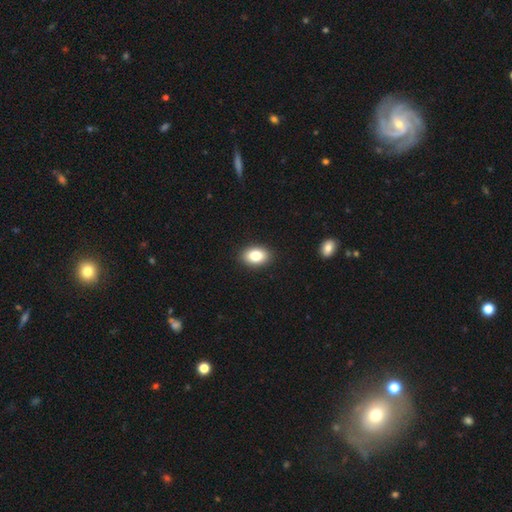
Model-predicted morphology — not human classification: smooth 83%, star or artifact 9%, featured or disk 9%. Down the decision tree: how rounded — in between (84%); merging — none (91%).